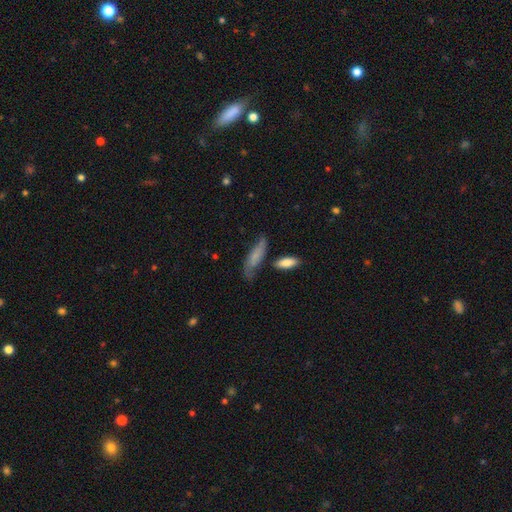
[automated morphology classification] A smooth galaxy with no disk features (54%) that is cigar-shaped (51%).

Vote fractions:
- Smooth or featured? smooth: 54% / featured or disk: 37% / star or artifact: 9%
- How rounded? cigar-shaped: 51% / in between: 46% / round: 3%
- Merging? none: 54% / minor disturbance: 27% / major disturbance: 12% / merger: 7%